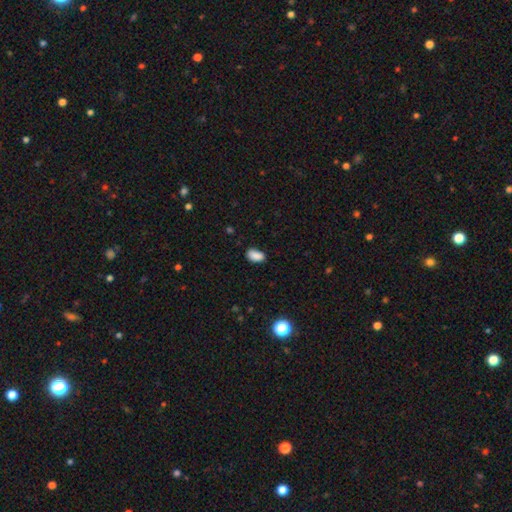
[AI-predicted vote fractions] Smooth or featured?
  - smooth: 87% *
  - star or artifact: 9%
  - featured or disk: 3%
How rounded?
  - in between: 92% *
  - round: 6%
  - cigar-shaped: 2%
Merging?
  - none: 80% *
  - minor disturbance: 15%
  - major disturbance: 3%
  - merger: 1%